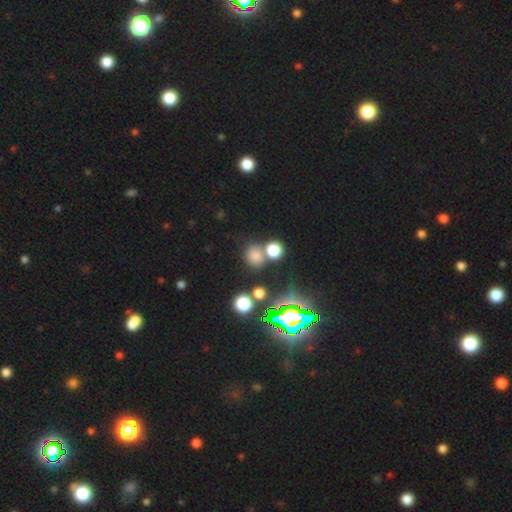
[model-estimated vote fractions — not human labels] Overall: smooth (67%). How rounded: round (79%). Merging: none (60%; merger 25%).